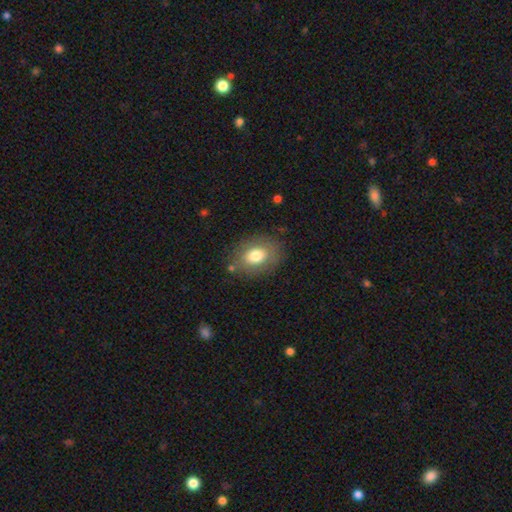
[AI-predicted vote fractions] Q: Smooth or featured?
A: smooth (73%); runner-up: featured or disk (18%)
Q: How rounded?
A: in between (69%); runner-up: round (30%)
Q: Merging?
A: none (79%); runner-up: minor disturbance (13%)